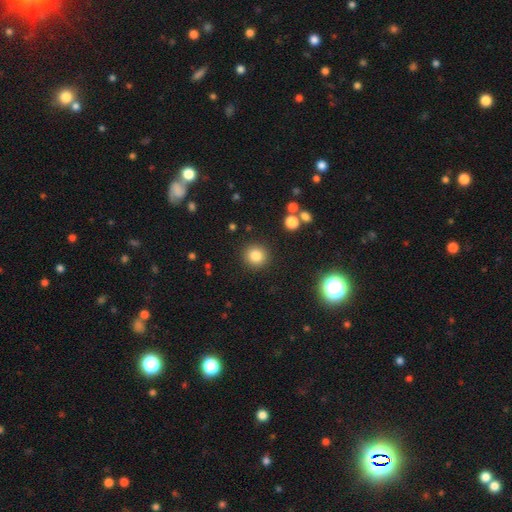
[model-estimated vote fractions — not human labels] A smooth galaxy with no disk features (82%) that is round (92%). Merging: none (89%).